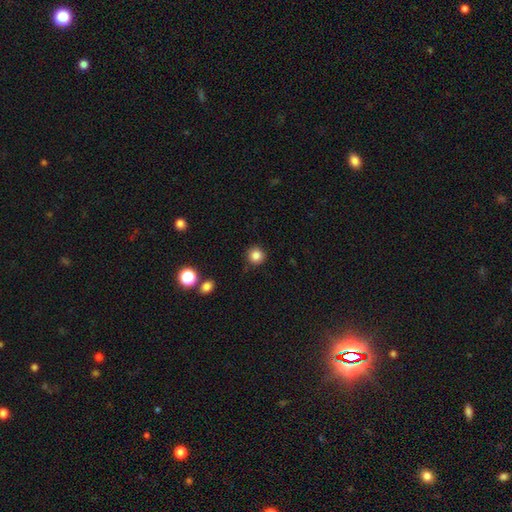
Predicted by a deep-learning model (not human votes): A smooth galaxy with no disk features (84%) that is round (93%). Merging: none (87%).